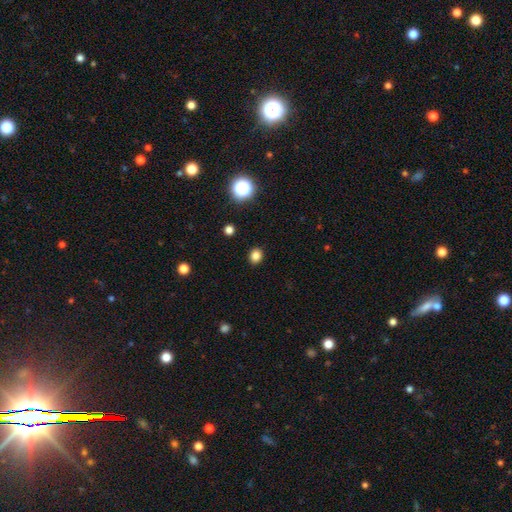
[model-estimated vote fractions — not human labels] Q: Smooth or featured?
A: smooth (82%); runner-up: star or artifact (14%)
Q: How rounded?
A: round (65%); runner-up: in between (34%)
Q: Merging?
A: none (91%); runner-up: minor disturbance (6%)